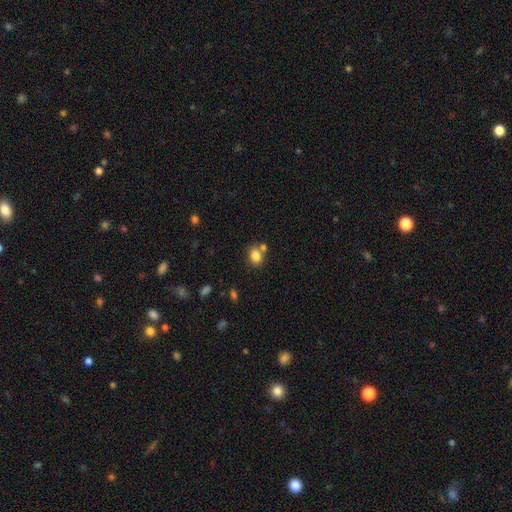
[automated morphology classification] Q: Smooth or featured?
A: smooth (82%); runner-up: star or artifact (10%)
Q: How rounded?
A: in between (59%); runner-up: round (40%)
Q: Merging?
A: none (59%); runner-up: merger (25%)